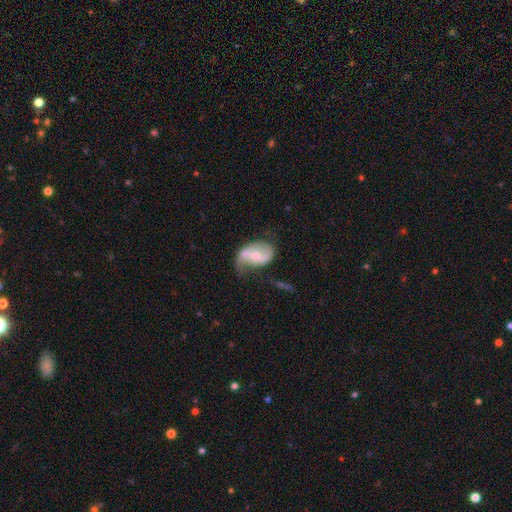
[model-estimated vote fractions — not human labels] A featured or disk galaxy (69%) with no bar (46%), 2 (76%) loose (60%) spiral arms (80%) and a moderate central bulge (52%). Merging: none (39%).